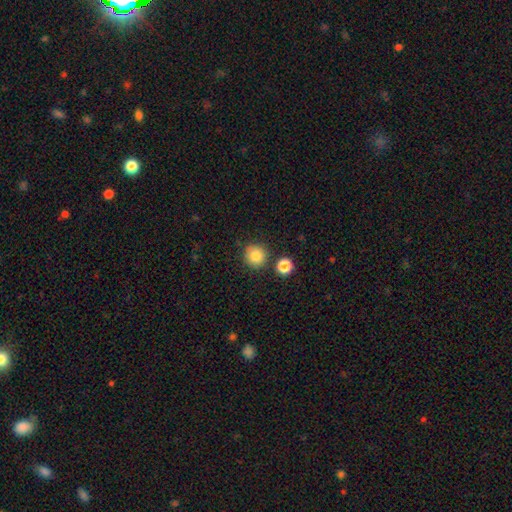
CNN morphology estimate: A smooth galaxy with no disk features (85%) that is round (93%).

Vote fractions:
- Smooth or featured? smooth: 85% / star or artifact: 10% / featured or disk: 4%
- How rounded? round: 93% / in between: 6% / cigar-shaped: 1%
- Merging? none: 84% / minor disturbance: 8% / merger: 6% / major disturbance: 2%